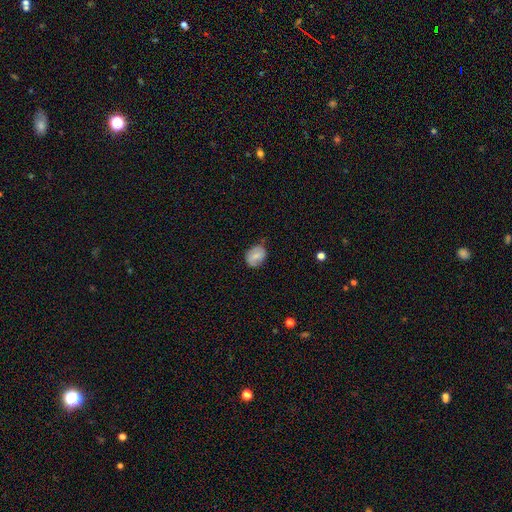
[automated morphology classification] This appears to be a smooth galaxy with no disk features (60%) that is in between round and cigar-shaped (56%). Merging: none (67%).